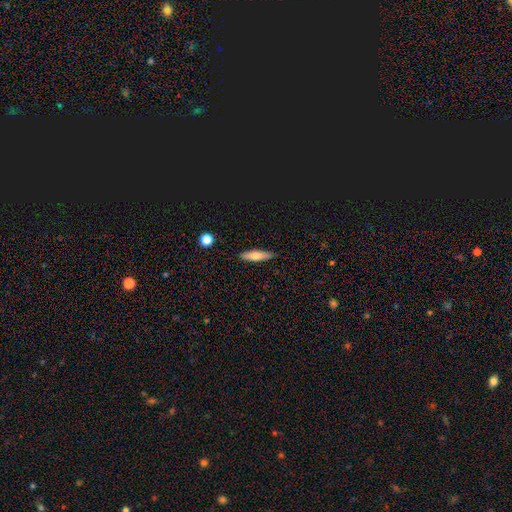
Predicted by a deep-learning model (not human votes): Smooth or featured: smooth — 64% (featured or disk — 29%)
How rounded: cigar-shaped — 72% (in between — 25%)
Merging: none — 88% (minor disturbance — 9%)